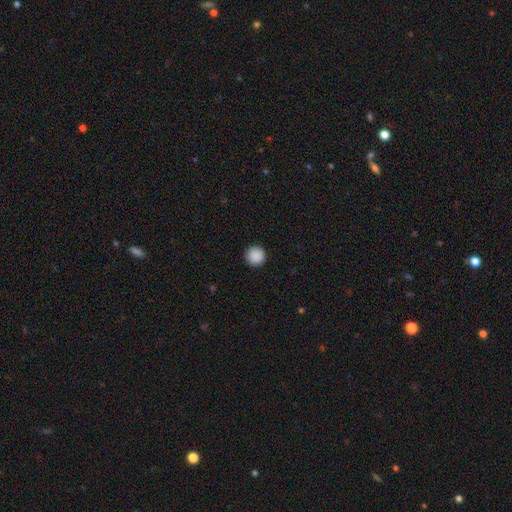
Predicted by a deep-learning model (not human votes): Smooth or featured: smooth — 89% (star or artifact — 8%)
How rounded: round — 96% (in between — 3%)
Merging: none — 93% (minor disturbance — 5%)